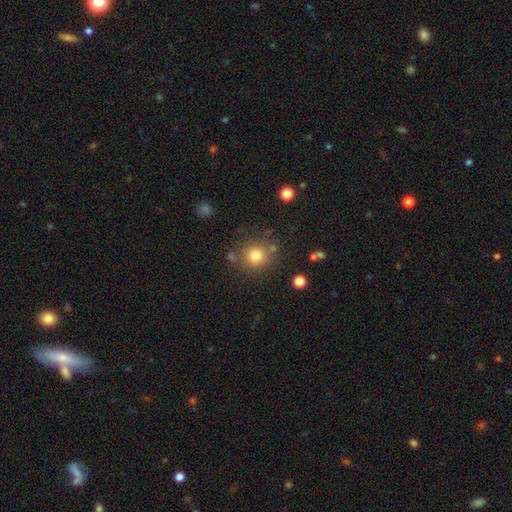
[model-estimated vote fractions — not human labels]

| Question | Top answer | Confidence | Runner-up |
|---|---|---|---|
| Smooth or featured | smooth | 79% | star or artifact (13%) |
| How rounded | round | 91% | in between (8%) |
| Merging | none | 79% | minor disturbance (10%) |